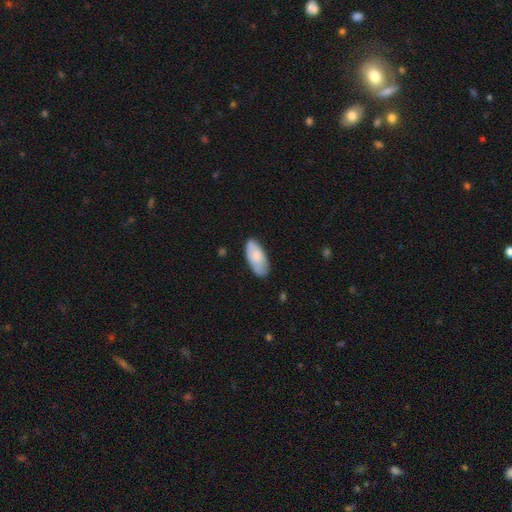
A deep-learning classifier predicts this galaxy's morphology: Q: Smooth or featured?
A: smooth (78%); runner-up: featured or disk (16%)
Q: How rounded?
A: in between (90%); runner-up: cigar-shaped (8%)
Q: Merging?
A: none (75%); runner-up: minor disturbance (20%)